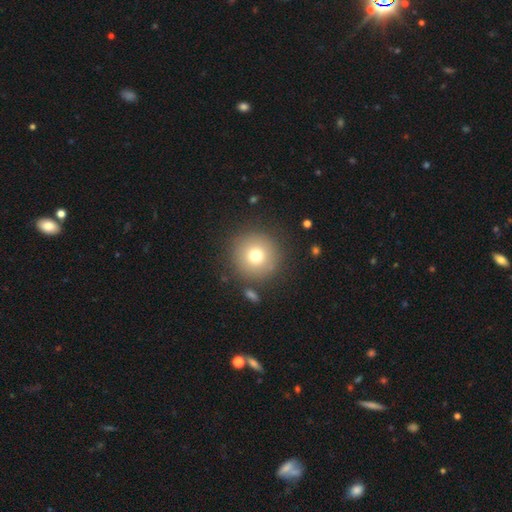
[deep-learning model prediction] Overall: smooth (74%). How rounded: round (96%). Merging: none (87%).